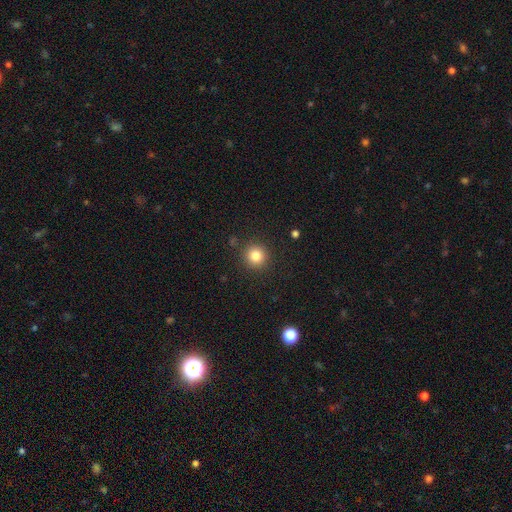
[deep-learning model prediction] Smooth or featured?
  - smooth: 83% *
  - star or artifact: 12%
  - featured or disk: 6%
How rounded?
  - round: 94% *
  - in between: 6%
  - cigar-shaped: 1%
Merging?
  - none: 89% *
  - minor disturbance: 6%
  - major disturbance: 3%
  - merger: 2%